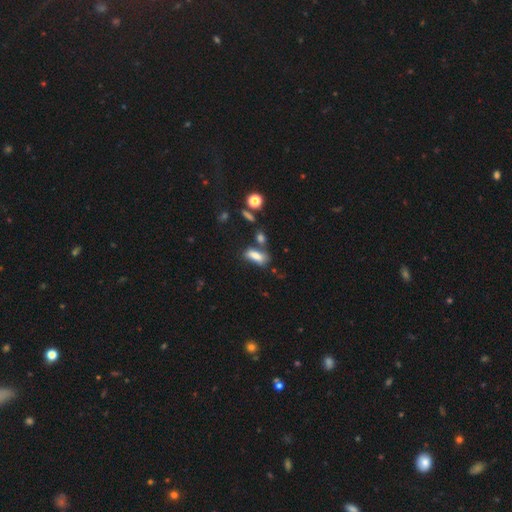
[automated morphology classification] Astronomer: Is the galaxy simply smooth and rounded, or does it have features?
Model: smooth — 75%.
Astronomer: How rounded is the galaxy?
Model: in between — 74%.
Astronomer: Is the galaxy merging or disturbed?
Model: none — 50%.